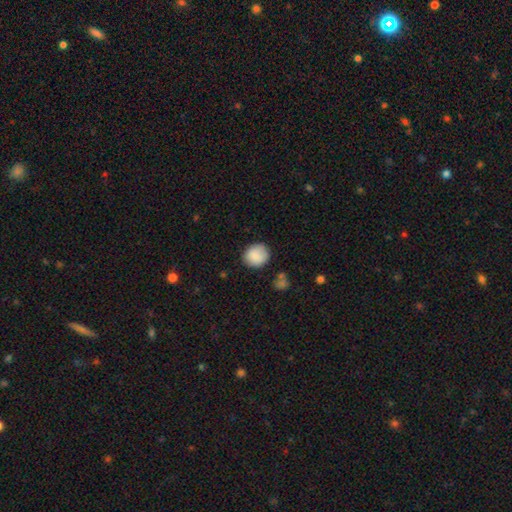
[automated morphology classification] The model was most divided on "how rounded": round: 82%, in between: 17%, cigar-shaped: 1%. More confident: smooth or featured — smooth (87%); merging — none (80%).